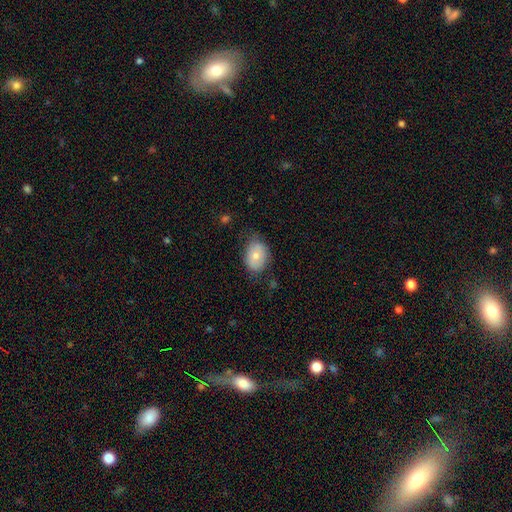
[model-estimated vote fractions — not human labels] The model was most divided on "merging": none: 68%, minor disturbance: 24%, major disturbance: 6%, merger: 1%. More confident: how rounded — in between (72%); smooth or featured — smooth (71%).